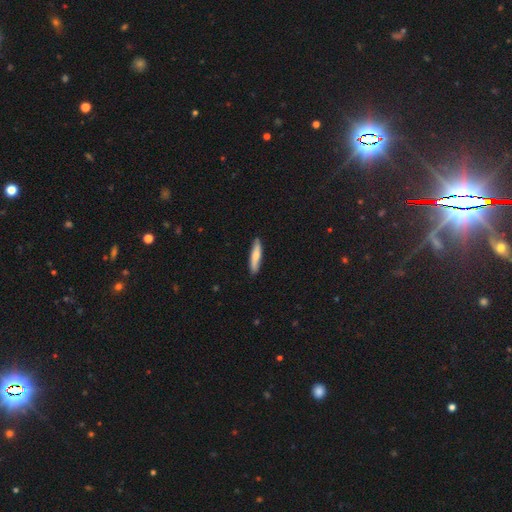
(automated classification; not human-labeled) Overall: smooth (70%). How rounded: cigar-shaped (86%). Merging: none (87%).